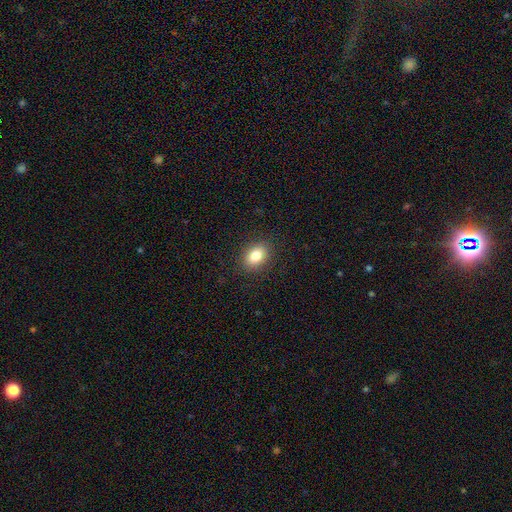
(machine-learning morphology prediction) Smooth or featured? smooth (84%)
How rounded? in between (78%)
Merging? none (88%)